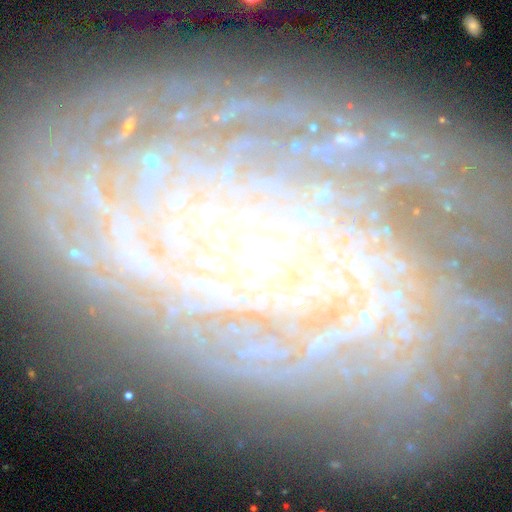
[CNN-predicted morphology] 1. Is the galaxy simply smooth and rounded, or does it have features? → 80% featured or disk, 11% star or artifact, 10% smooth.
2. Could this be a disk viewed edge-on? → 92% no, 8% yes.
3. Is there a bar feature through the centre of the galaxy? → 77% no, 16% weak, 7% strong.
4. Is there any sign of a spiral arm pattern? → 86% yes, 14% no.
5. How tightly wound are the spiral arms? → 74% tight, 18% medium, 7% loose.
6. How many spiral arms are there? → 40% can't tell, 15% 2, 14% more than 4, 11% 3, 11% 4, 9% 1.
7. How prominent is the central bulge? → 68% small, 27% moderate, 2% large, 2% none, 1% dominant.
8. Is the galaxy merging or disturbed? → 74% none, 16% minor disturbance, 8% major disturbance, 2% merger.